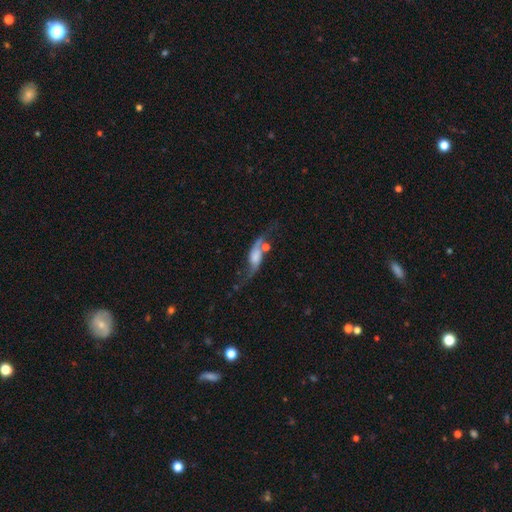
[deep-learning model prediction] smooth-or-featured: featured or disk: 72% | smooth: 20% | star or artifact: 8%
  disk-edge-on: no: 86% | yes: 14%
    bar: no: 61% | weak: 28% | strong: 11%
    has-spiral-arms: yes: 91% | no: 9%
      spiral-winding: loose: 89% | medium: 8% | tight: 3%
      spiral-arm-count: 2: 91% | 1: 4% | can't tell: 2% | 3: 1% | 4: 1% | more than 4: 1%
    bulge-size: none: 29% | small: 24% | moderate: 22% | large: 18% | dominant: 7%
  merging: none: 46% | minor disturbance: 19% | merger: 18% | major disturbance: 17%